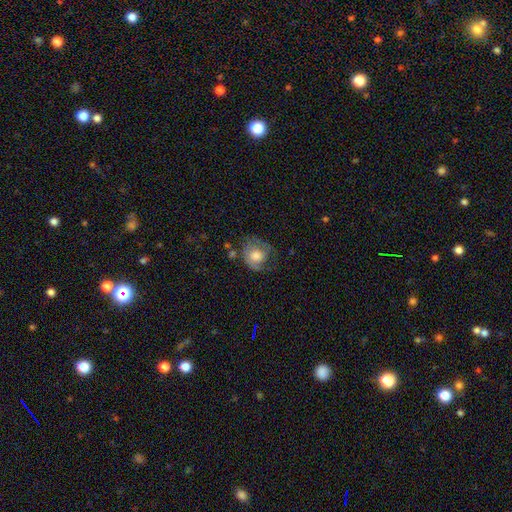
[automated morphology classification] This is possibly a smooth galaxy (53%). How rounded: likely round (67%). Merging: possibly none (47%).